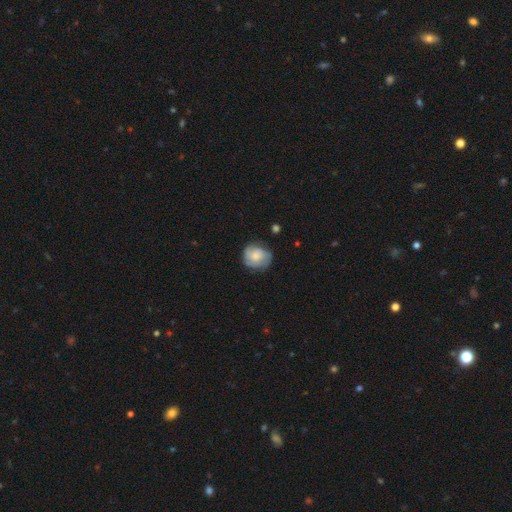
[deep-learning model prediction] A smooth galaxy with no disk features (55%) that is round (79%).

Vote fractions:
- Smooth or featured? smooth: 55% / featured or disk: 38% / star or artifact: 7%
- How rounded? round: 79% / in between: 20% / cigar-shaped: 1%
- Merging? none: 67% / minor disturbance: 23% / major disturbance: 8% / merger: 1%